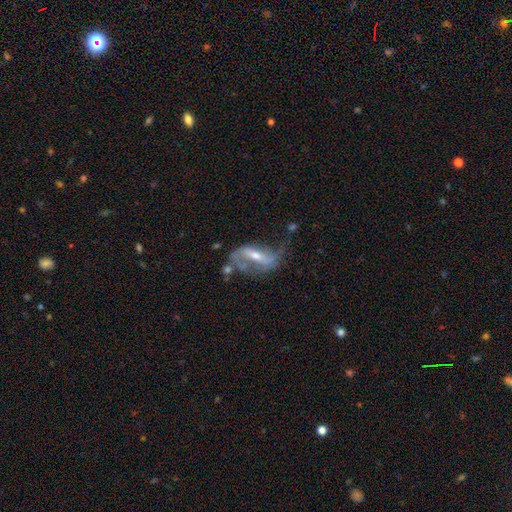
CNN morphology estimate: This is likely a featured or disk galaxy (77%). It is clearly not viewed edge-on (90%). Bar: possibly strong (48%). Spiral arm pattern: clearly yes (82%). Spiral arm count: likely 2 (78%). Spiral winding: likely loose (63%). Central bulge: possibly moderate (50%). Merging: marginally none (39%).